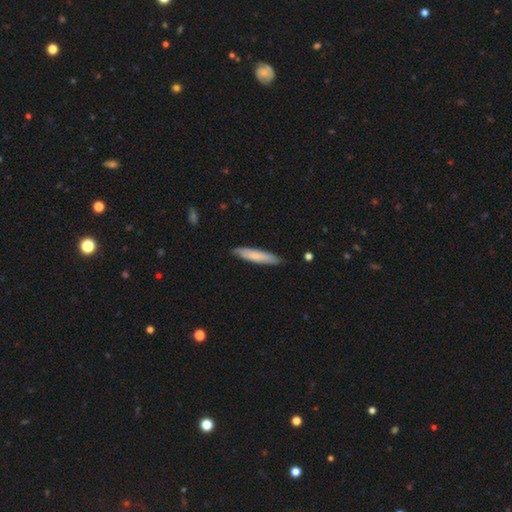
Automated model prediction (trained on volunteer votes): Morphology: type=smooth (75%); roundness=cigar-shaped (86%); merging=none (85%).